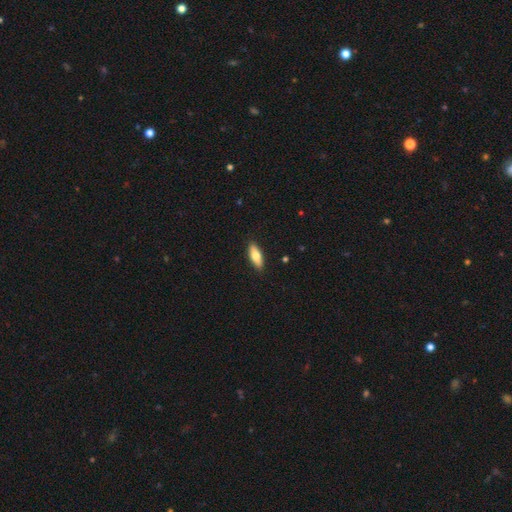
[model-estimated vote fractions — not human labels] The model was most divided on "how rounded": in between: 68%, cigar-shaped: 30%, round: 2%. More confident: merging — none (89%); smooth or featured — smooth (74%).